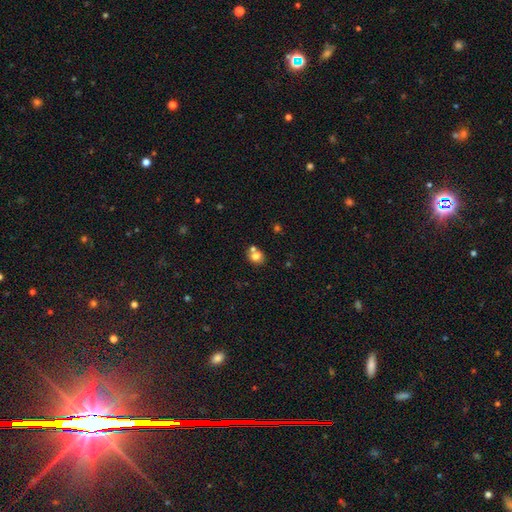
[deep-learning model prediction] Smooth or featured: smooth — 75% (featured or disk — 12%)
How rounded: round — 69% (in between — 30%)
Merging: none — 56% (merger — 31%)